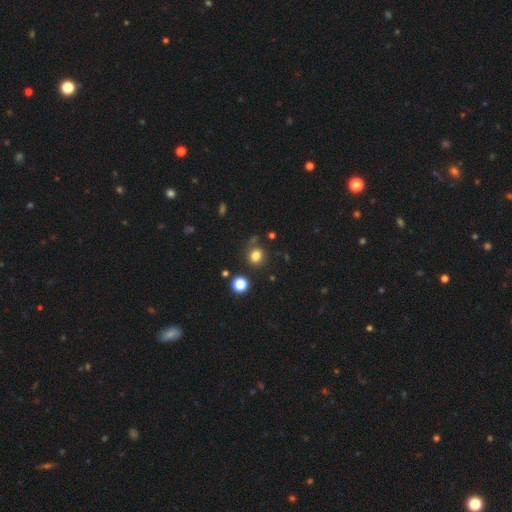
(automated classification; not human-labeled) This is clearly a smooth galaxy (80%). How rounded: likely round (77%). Merging: likely none (76%).